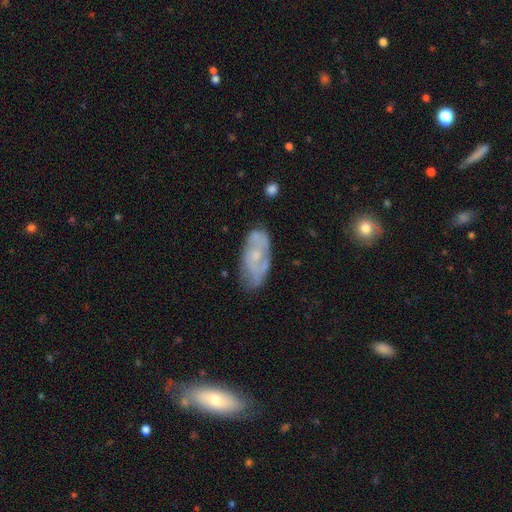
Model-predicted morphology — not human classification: This is likely a featured or disk galaxy (61%). It is clearly not viewed edge-on (89%). Bar: likely no (74%). Spiral arm pattern: likely yes (63%). Central bulge: likely small (66%). Merging: likely none (74%).